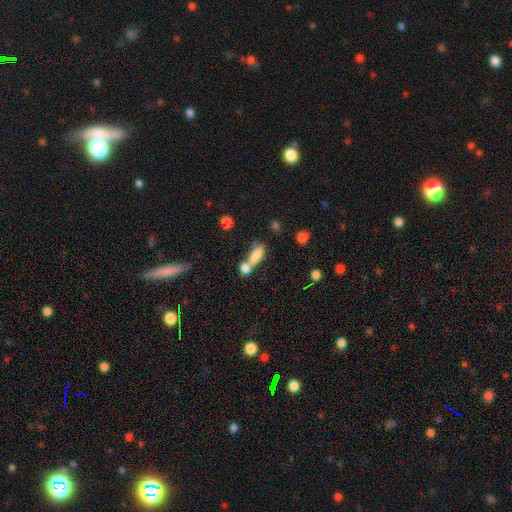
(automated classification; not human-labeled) Smooth or featured? smooth (80%)
How rounded? in between (68%)
Merging? merger (54%)